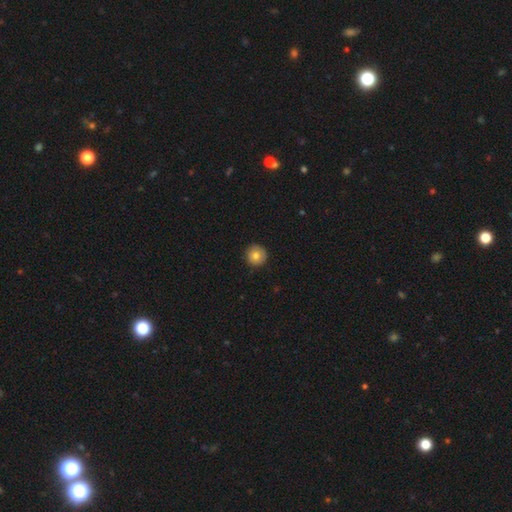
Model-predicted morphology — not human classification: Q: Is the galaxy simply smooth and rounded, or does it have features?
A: smooth — 79%.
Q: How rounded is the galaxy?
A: round — 96%.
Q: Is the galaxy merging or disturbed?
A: none — 90%.